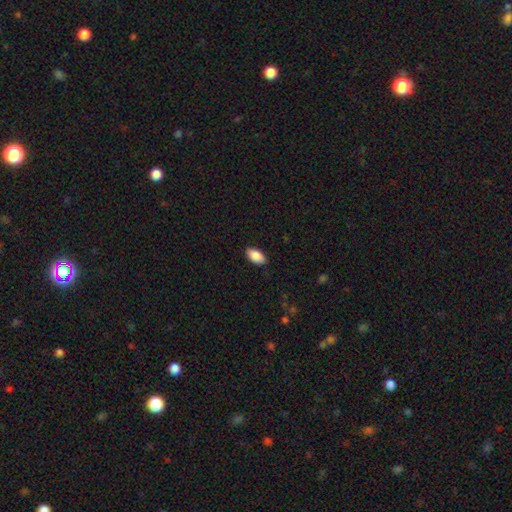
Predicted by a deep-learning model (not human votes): Smooth or featured? Predicted: smooth (p=0.88). How rounded? Predicted: in between (p=0.94). Merging? Predicted: none (p=0.86).